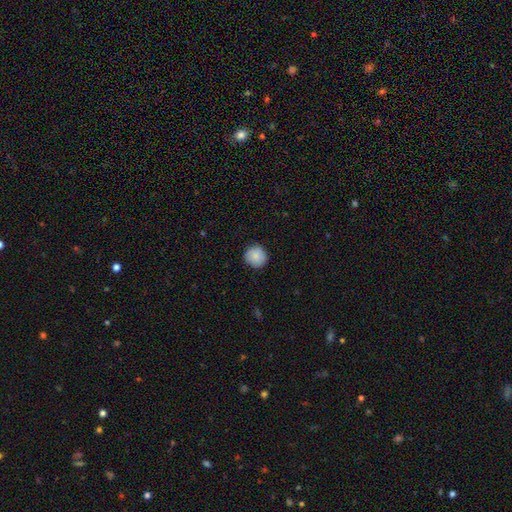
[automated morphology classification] smooth 85%, featured or disk 8%, star or artifact 7%. Down the decision tree: how rounded — round (94%); merging — none (87%).